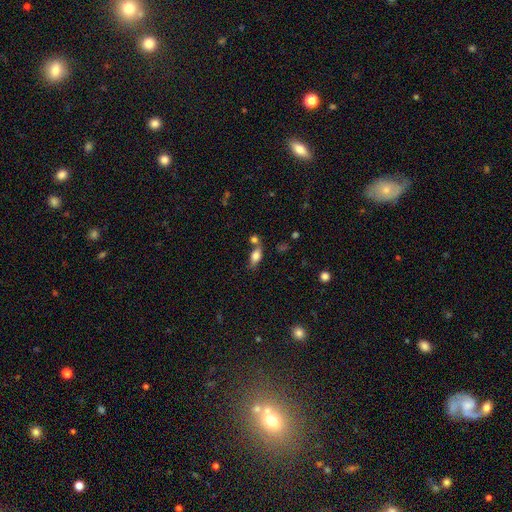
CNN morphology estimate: smooth_or_featured: smooth (p=0.70) [alt: featured or disk p=0.21]
how_rounded: in between (p=0.79) [alt: cigar-shaped p=0.15]
merging: none (p=0.56) [alt: merger p=0.23]